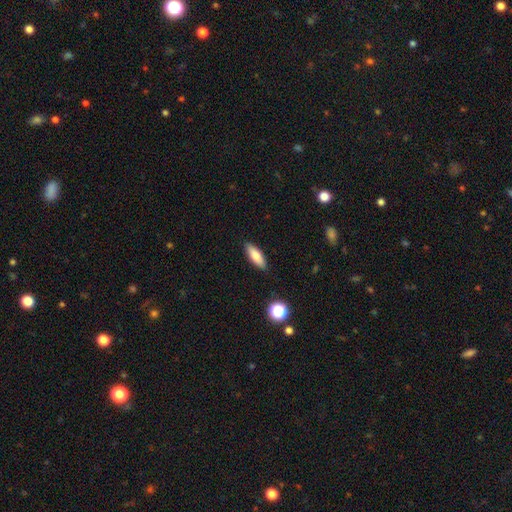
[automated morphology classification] A smooth galaxy with no disk features (77%) that is in between round and cigar-shaped (57%).

Vote fractions:
- Smooth or featured? smooth: 77% / featured or disk: 16% / star or artifact: 7%
- How rounded? in between: 57% / cigar-shaped: 40% / round: 2%
- Merging? none: 88% / minor disturbance: 9% / major disturbance: 2% / merger: 1%